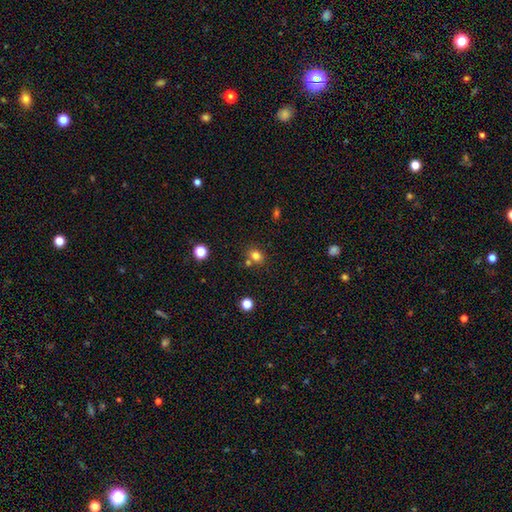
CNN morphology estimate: Overall: smooth (79%). How rounded: round (54%; in between 45%). Merging: none (68%).